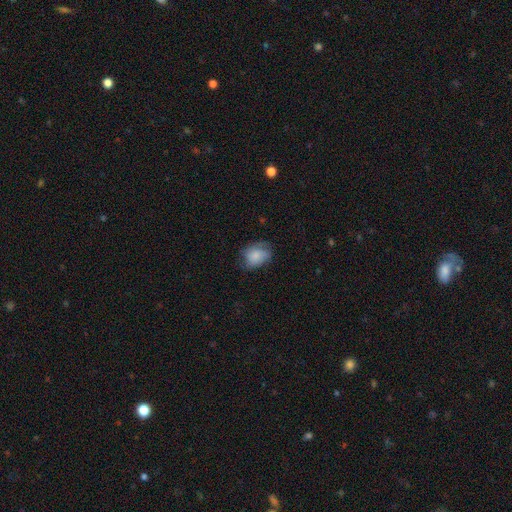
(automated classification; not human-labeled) Smooth or featured: smooth — 76% (featured or disk — 17%)
How rounded: in between — 68% (round — 30%)
Merging: none — 54% (minor disturbance — 31%)